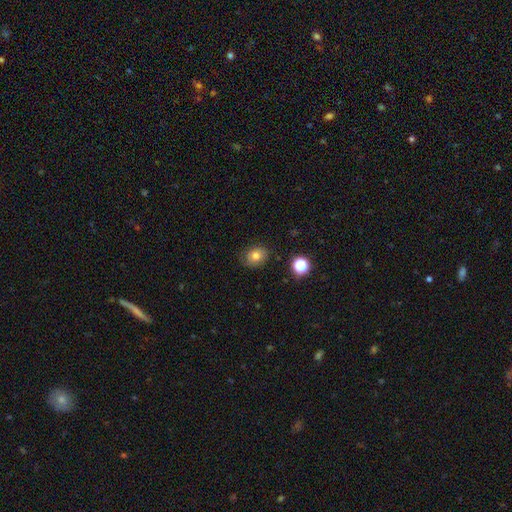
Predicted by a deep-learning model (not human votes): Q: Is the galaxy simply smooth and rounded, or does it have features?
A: smooth — 72%.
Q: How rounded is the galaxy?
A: round — 55%.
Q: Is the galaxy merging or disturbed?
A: none — 77%.